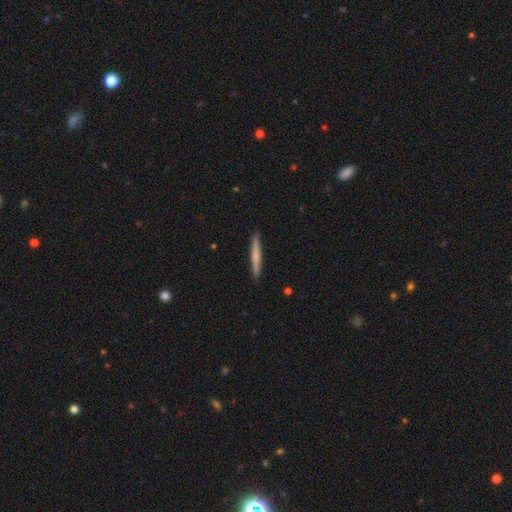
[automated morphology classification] type=smooth (62%); roundness=cigar-shaped (96%); merging=none (91%).